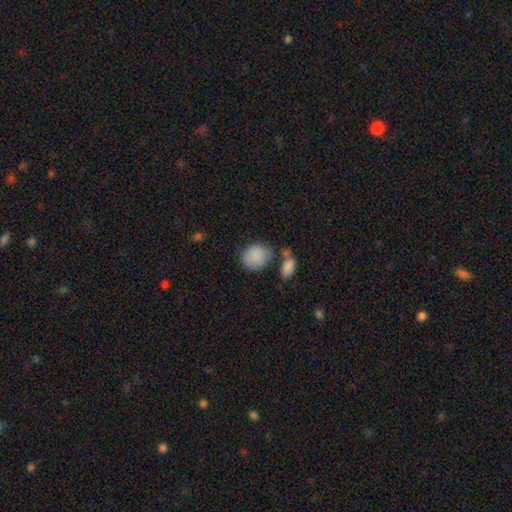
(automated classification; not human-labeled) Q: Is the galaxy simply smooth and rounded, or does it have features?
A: smooth — 87%.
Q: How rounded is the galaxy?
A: round — 65%.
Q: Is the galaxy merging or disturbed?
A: none — 62%.